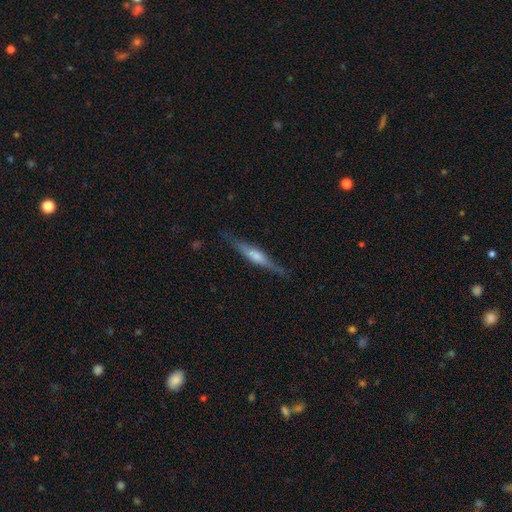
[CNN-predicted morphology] A featured or disk galaxy (62%) viewed edge-on (96%) with a rounded central bulge (65%).

Vote fractions:
- Smooth or featured? featured or disk: 62% / smooth: 32% / star or artifact: 6%
- Edge-on disk? yes: 96% / no: 4%
- Edge-on bulge? rounded: 65% / boxy: 23% / none: 11%
- Merging? none: 84% / minor disturbance: 12% / major disturbance: 3% / merger: 1%